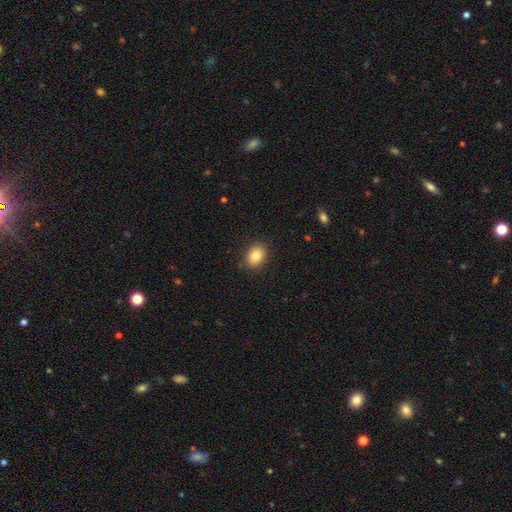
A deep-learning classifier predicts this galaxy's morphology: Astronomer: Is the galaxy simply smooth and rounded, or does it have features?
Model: smooth — 83%.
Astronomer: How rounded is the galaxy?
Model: in between — 65%.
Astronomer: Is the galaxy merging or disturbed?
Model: none — 89%.